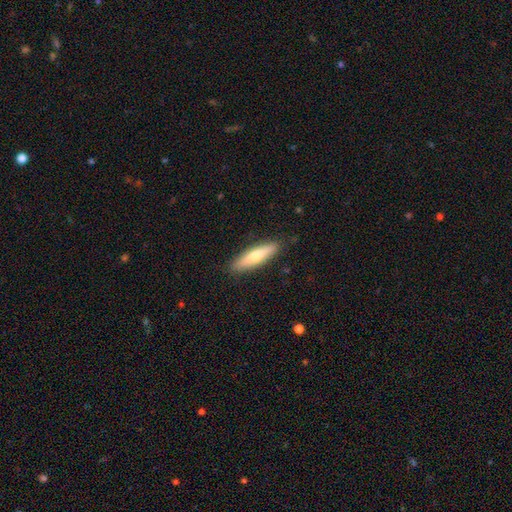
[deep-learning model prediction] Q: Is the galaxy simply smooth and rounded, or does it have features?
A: smooth — 63%.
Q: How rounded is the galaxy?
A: cigar-shaped — 75%.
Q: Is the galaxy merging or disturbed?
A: none — 88%.